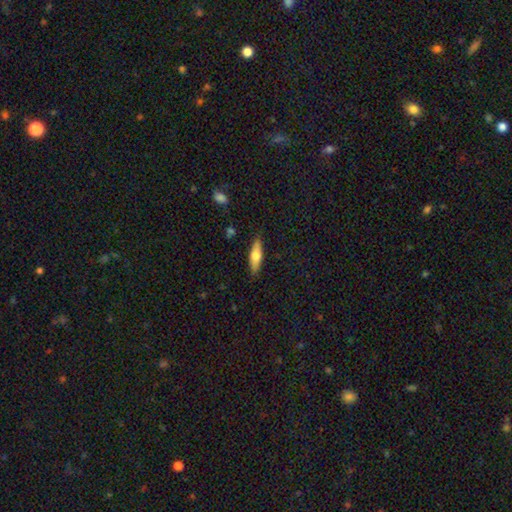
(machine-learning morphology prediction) smooth_or_featured: smooth (p=0.61) [alt: featured or disk p=0.32]
how_rounded: cigar-shaped (p=0.54) [alt: in between p=0.44]
merging: none (p=0.85) [alt: minor disturbance p=0.11]